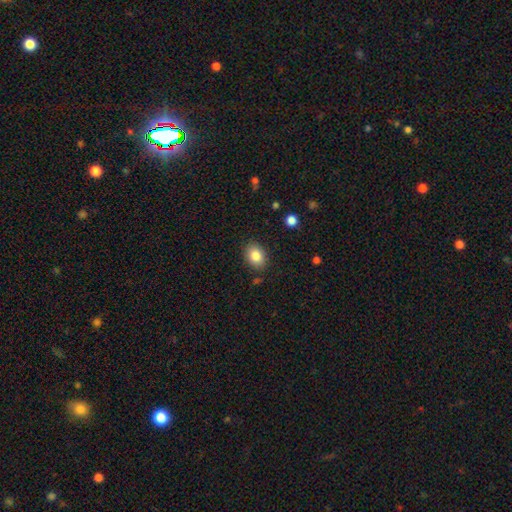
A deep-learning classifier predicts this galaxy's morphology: The model was most divided on "how rounded": in between: 71%, round: 28%, cigar-shaped: 1%. More confident: merging — none (86%); smooth or featured — smooth (85%).